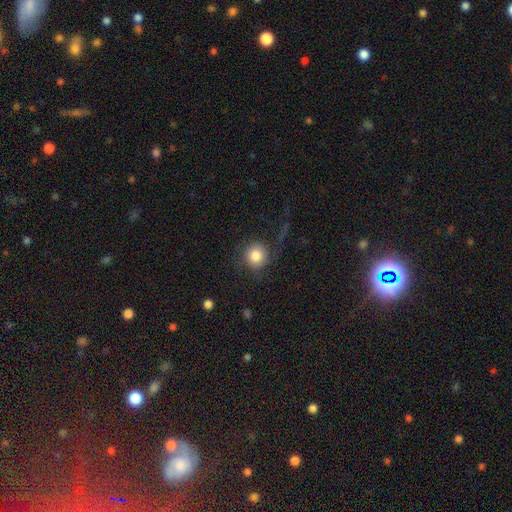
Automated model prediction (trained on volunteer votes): A smooth galaxy with no disk features (82%) that is round (90%).

Vote fractions:
- Smooth or featured? smooth: 82% / featured or disk: 10% / star or artifact: 9%
- How rounded? round: 90% / in between: 9% / cigar-shaped: 1%
- Merging? none: 69% / major disturbance: 16% / minor disturbance: 13% / merger: 2%